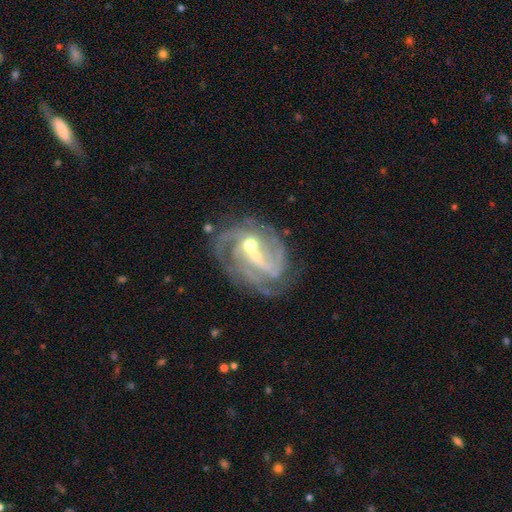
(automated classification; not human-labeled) The model was most divided on "bulge size": moderate: 48%, small: 44%, large: 3%, none: 3%, dominant: 1%. Remaining: edge-on disk — no (97%); spiral arms — yes (96%); smooth or featured — featured or disk (87%); merging — none (60%); spiral winding — tight (51%); bar — weak (42%); spiral arm count — 3 (33%).